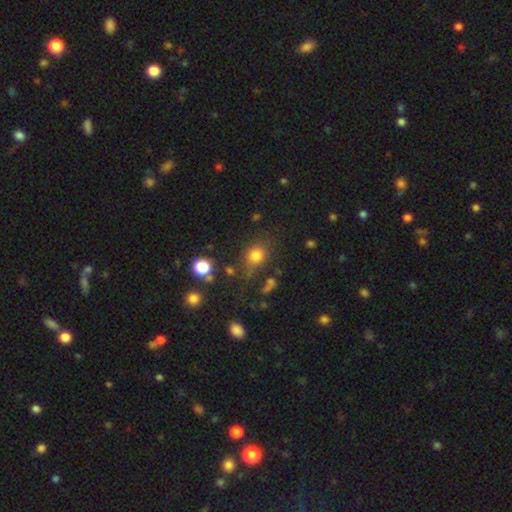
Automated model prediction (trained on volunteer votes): Smooth or featured? smooth (77%)
How rounded? round (70%)
Merging? none (67%)